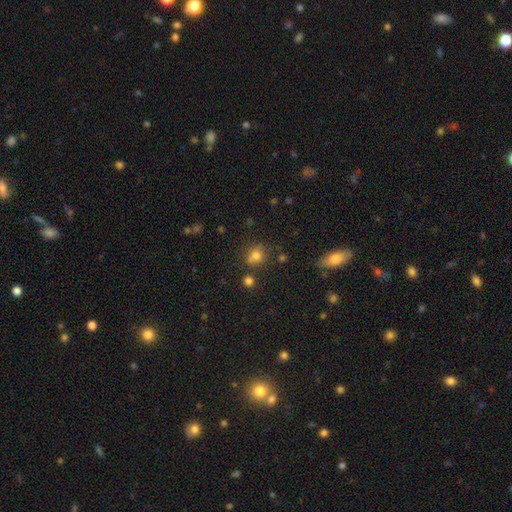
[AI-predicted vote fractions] Morphology: type=smooth (71%); roundness=round (65%); merging=none (61%).